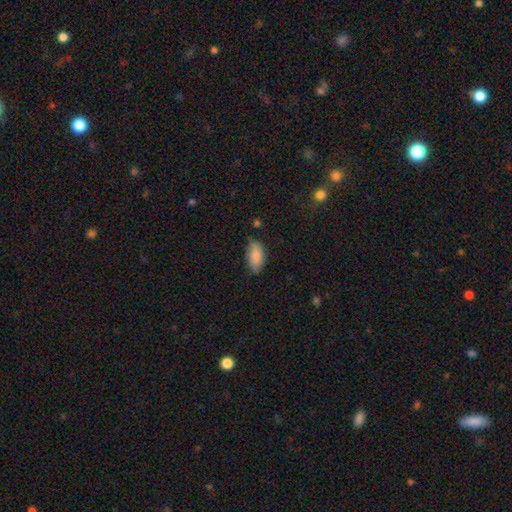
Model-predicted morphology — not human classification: Smooth or featured: smooth — 84% (featured or disk — 9%)
How rounded: in between — 92% (cigar-shaped — 5%)
Merging: none — 70% (minor disturbance — 24%)